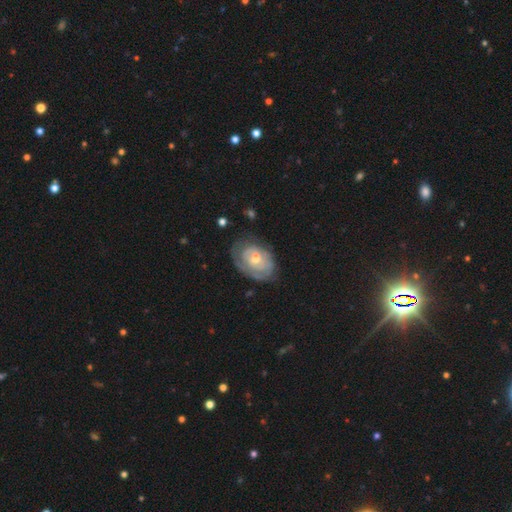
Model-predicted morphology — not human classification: The model was most divided on "bulge size": moderate: 49%, small: 43%, large: 4%, none: 3%, dominant: 1%. More confident: edge-on disk — no (96%); smooth or featured — featured or disk (68%); spiral arms — yes (66%); bar — no (60%); merging — none (57%).